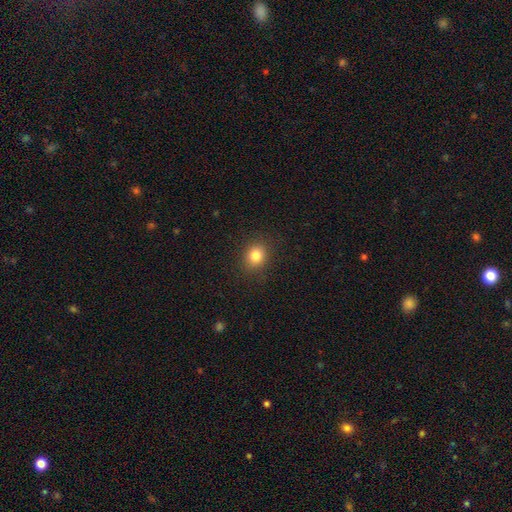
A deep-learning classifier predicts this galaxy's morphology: smooth_or_featured: smooth (p=0.83) [alt: star or artifact p=0.11]
how_rounded: round (p=0.66) [alt: in between p=0.33]
merging: none (p=0.87) [alt: minor disturbance p=0.09]